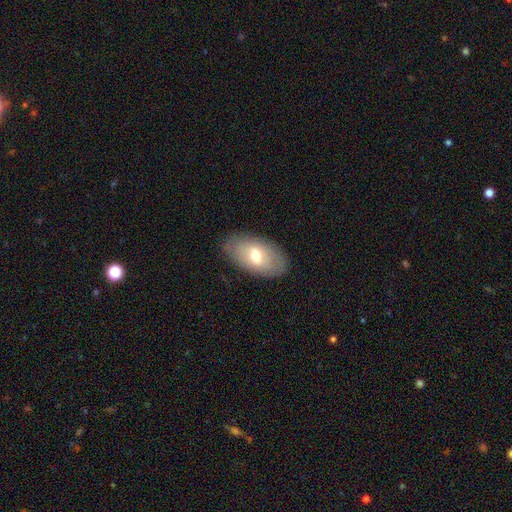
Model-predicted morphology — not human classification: Overall: smooth (61%; featured or disk 33%). How rounded: in between (93%). Merging: none (83%).